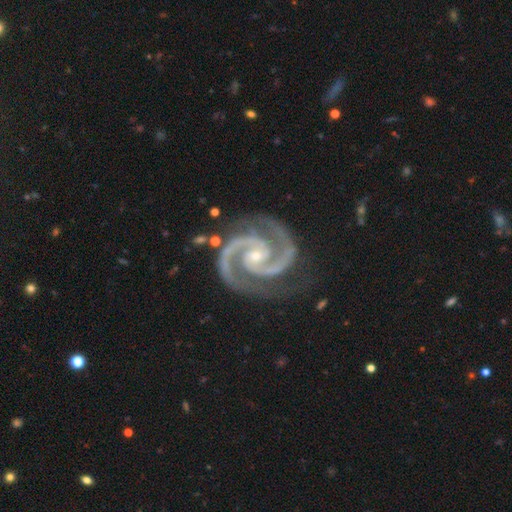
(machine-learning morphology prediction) Q: Smooth or featured?
A: featured or disk (95%); runner-up: star or artifact (4%)
Q: Edge-on disk?
A: no (98%); runner-up: yes (2%)
Q: Bar?
A: no (56%); runner-up: weak (28%)
Q: Spiral arms?
A: yes (99%); runner-up: no (1%)
Q: Spiral winding?
A: tight (49%); runner-up: medium (48%)
Q: Spiral arm count?
A: 2 (92%); runner-up: 3 (4%)
Q: Bulge size?
A: small (69%); runner-up: moderate (26%)
Q: Merging?
A: none (79%); runner-up: minor disturbance (15%)